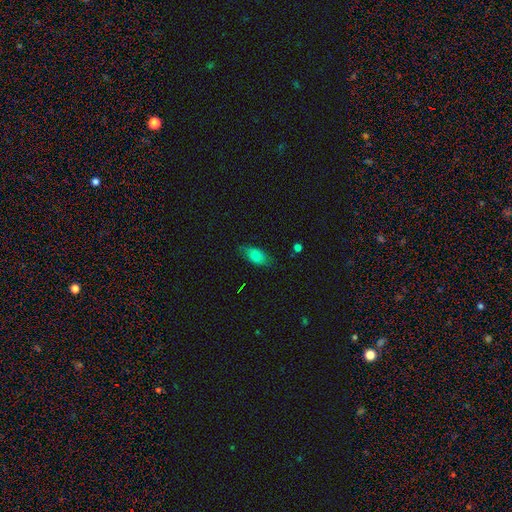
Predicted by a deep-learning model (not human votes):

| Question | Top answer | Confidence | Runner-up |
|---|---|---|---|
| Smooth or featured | smooth | 77% | featured or disk (14%) |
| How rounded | in between | 88% | cigar-shaped (7%) |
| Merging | none | 74% | minor disturbance (20%) |